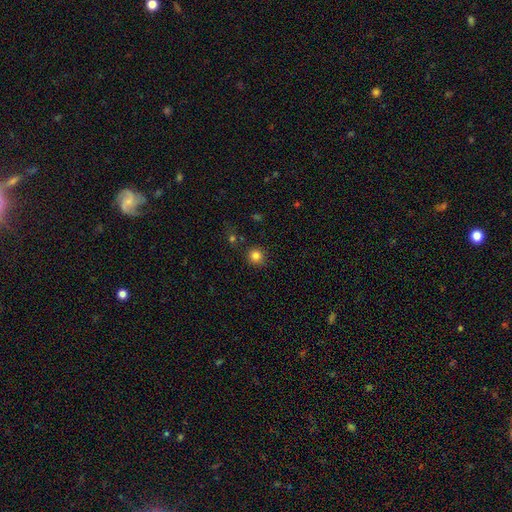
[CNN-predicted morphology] A smooth galaxy with no disk features (83%) that is round (92%). Merging: none (86%).